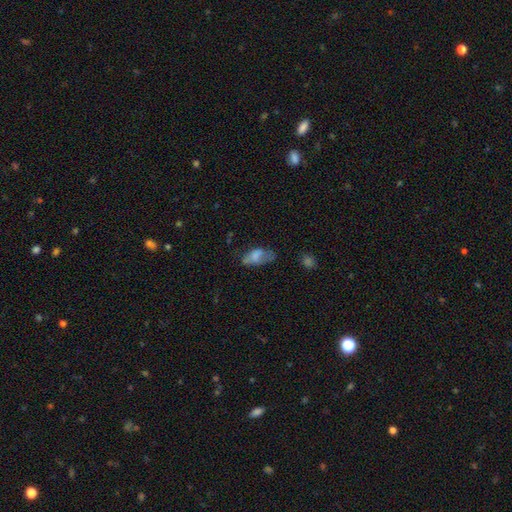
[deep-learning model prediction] smooth_or_featured: smooth (p=0.66) [alt: featured or disk p=0.24]
how_rounded: in between (p=0.89) [alt: cigar-shaped p=0.06]
merging: none (p=0.37) [alt: minor disturbance p=0.31]